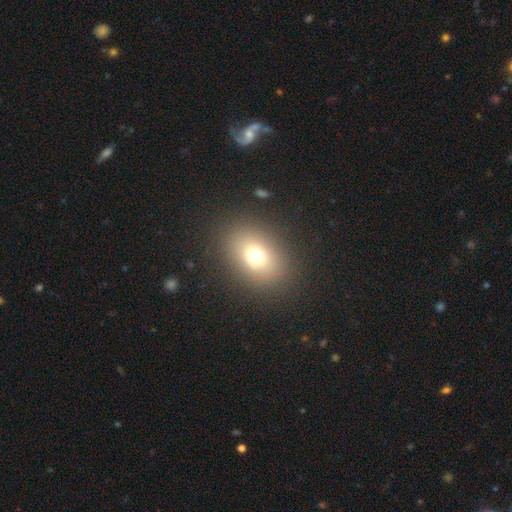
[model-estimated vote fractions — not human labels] Morphology: type=smooth (71%); roundness=in between (65%); merging=none (85%).